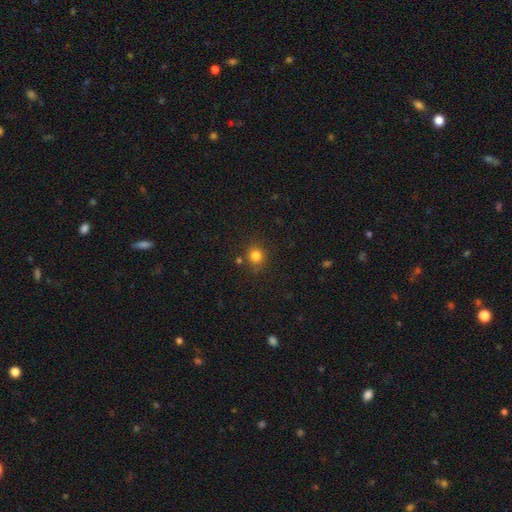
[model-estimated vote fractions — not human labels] This appears to be a smooth galaxy with no disk features (82%) that is round (88%). Merging: none (81%).